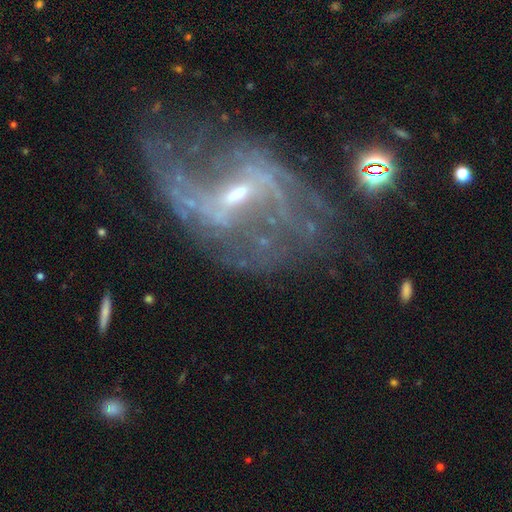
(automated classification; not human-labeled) Q: Smooth or featured?
A: featured or disk (85%); runner-up: star or artifact (9%)
Q: Edge-on disk?
A: no (96%); runner-up: yes (4%)
Q: Bar?
A: weak (48%); runner-up: strong (34%)
Q: Spiral arms?
A: yes (87%); runner-up: no (13%)
Q: Spiral winding?
A: loose (58%); runner-up: medium (30%)
Q: Spiral arm count?
A: 2 (61%); runner-up: can't tell (21%)
Q: Bulge size?
A: small (66%); runner-up: moderate (28%)
Q: Merging?
A: none (48%); runner-up: major disturbance (26%)